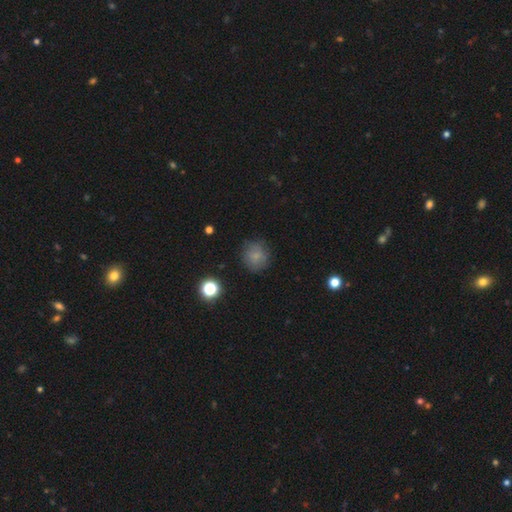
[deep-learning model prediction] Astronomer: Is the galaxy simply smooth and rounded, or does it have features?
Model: smooth — 78%.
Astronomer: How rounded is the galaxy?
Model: round — 90%.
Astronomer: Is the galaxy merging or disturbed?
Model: none — 82%.